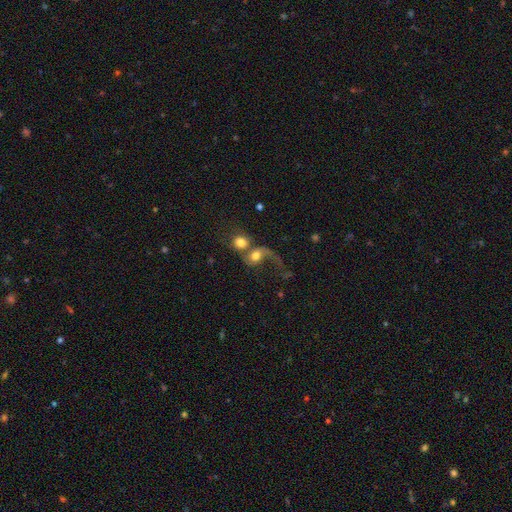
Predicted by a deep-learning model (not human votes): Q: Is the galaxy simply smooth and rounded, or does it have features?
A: smooth — 50%.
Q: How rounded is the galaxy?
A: round — 66%.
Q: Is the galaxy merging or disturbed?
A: merger — 64%.